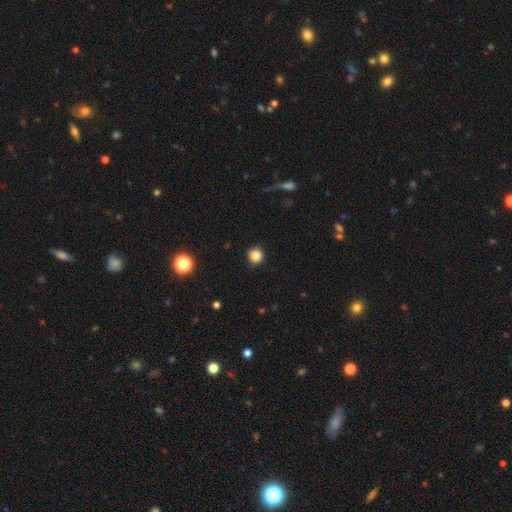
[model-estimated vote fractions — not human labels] Smooth or featured? smooth (84%)
How rounded? round (93%)
Merging? none (91%)